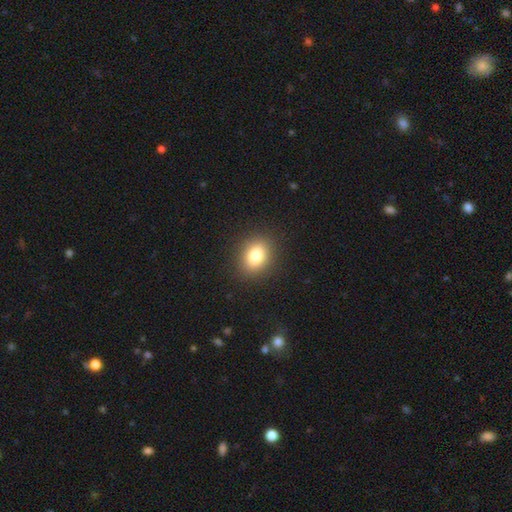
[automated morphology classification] type=smooth (82%); roundness=in between (55%); merging=none (89%).